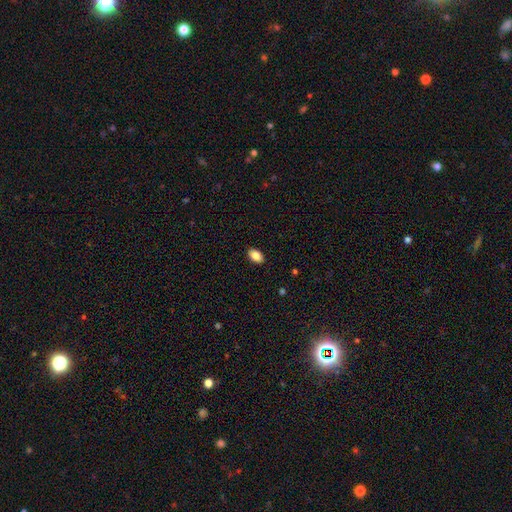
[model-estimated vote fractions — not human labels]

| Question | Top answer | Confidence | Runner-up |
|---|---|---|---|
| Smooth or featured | smooth | 87% | star or artifact (8%) |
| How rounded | in between | 92% | round (6%) |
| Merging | none | 90% | minor disturbance (8%) |